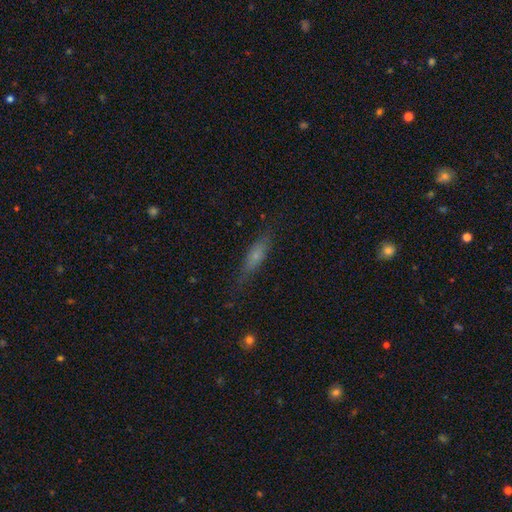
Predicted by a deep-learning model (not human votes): Morphology: type=smooth (57%); roundness=cigar-shaped (67%); merging=none (73%).